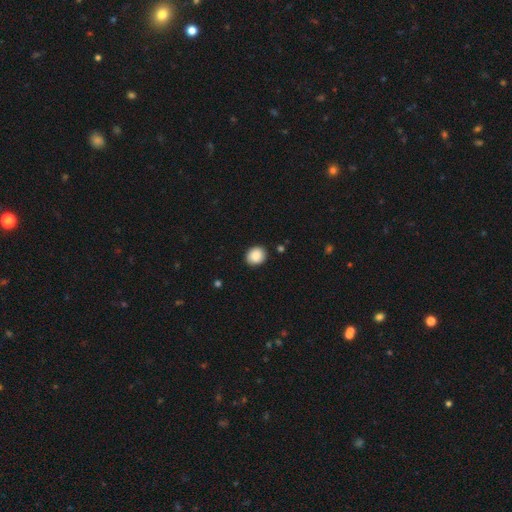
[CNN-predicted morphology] The model was most divided on "how rounded": round: 74%, in between: 26%, cigar-shaped: 1%. More confident: merging — none (89%); smooth or featured — smooth (88%).